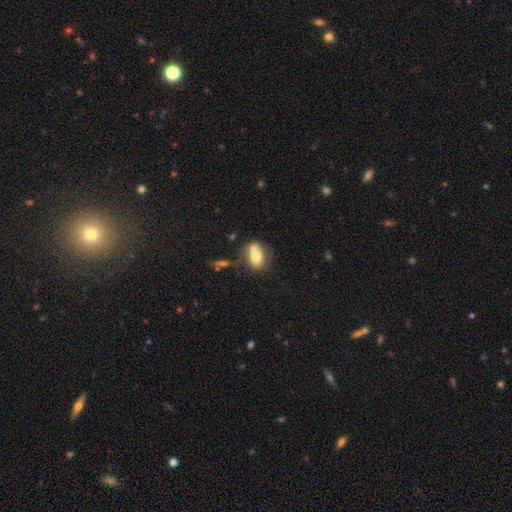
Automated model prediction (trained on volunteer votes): Overall: smooth (71%). How rounded: in between (79%). Merging: none (42%; merger 35%).